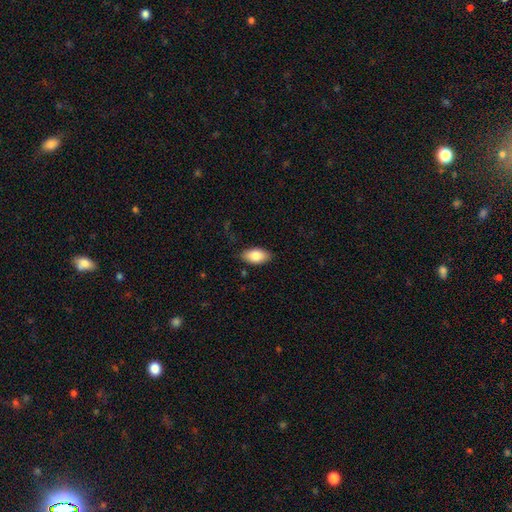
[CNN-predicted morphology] smooth_or_featured: smooth (p=0.83) [alt: featured or disk p=0.10]
how_rounded: in between (p=0.93) [alt: cigar-shaped p=0.03]
merging: none (p=0.85) [alt: minor disturbance p=0.12]